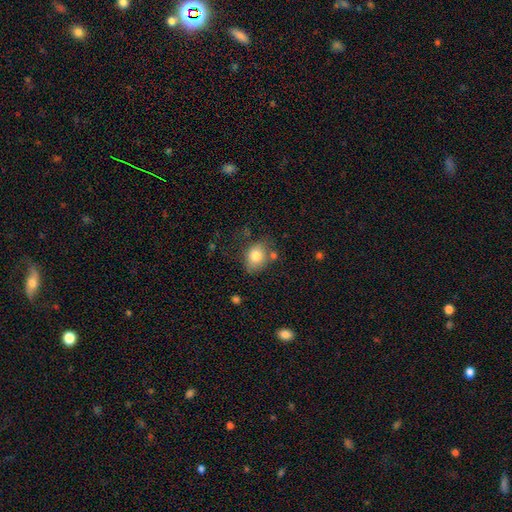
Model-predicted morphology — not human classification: Smooth or featured?
  - smooth: 78% *
  - featured or disk: 12%
  - star or artifact: 10%
How rounded?
  - in between: 54% *
  - round: 45%
  - cigar-shaped: 1%
Merging?
  - none: 65% *
  - minor disturbance: 21%
  - merger: 7%
  - major disturbance: 7%